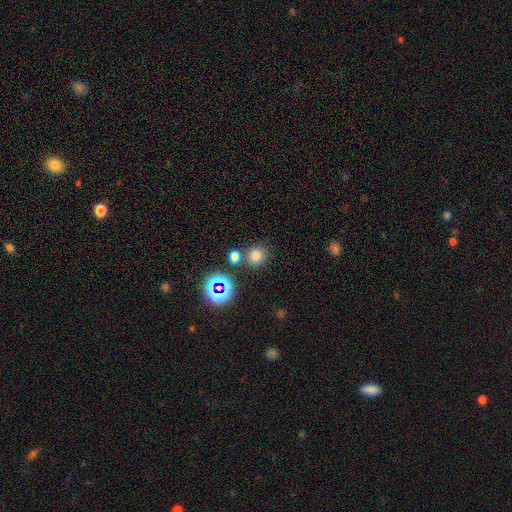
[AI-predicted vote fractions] smooth 71%, star or artifact 22%, featured or disk 7%. Down the decision tree: how rounded — round (87%); merging — none (75%).